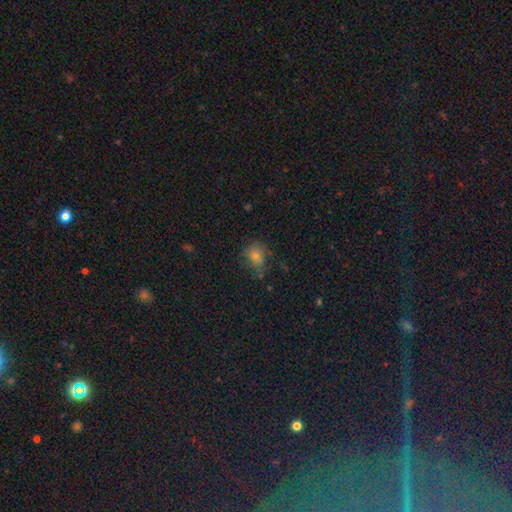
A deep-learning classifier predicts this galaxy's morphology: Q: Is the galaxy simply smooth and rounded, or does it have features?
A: smooth — 69%.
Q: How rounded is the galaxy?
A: round — 54%.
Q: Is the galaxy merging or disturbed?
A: none — 60%.